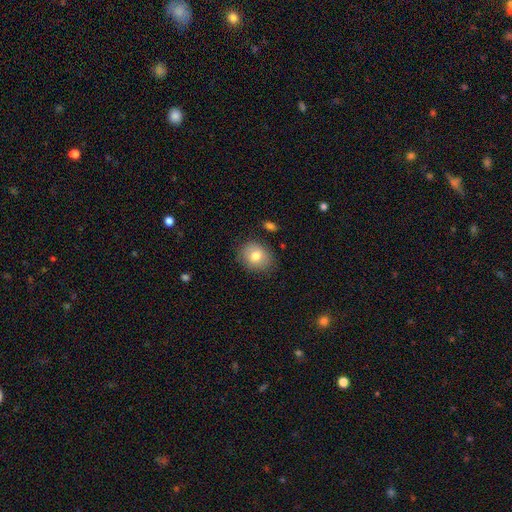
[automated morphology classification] Smooth or featured: smooth — 77% (featured or disk — 14%)
How rounded: round — 59% (in between — 40%)
Merging: none — 80% (minor disturbance — 14%)